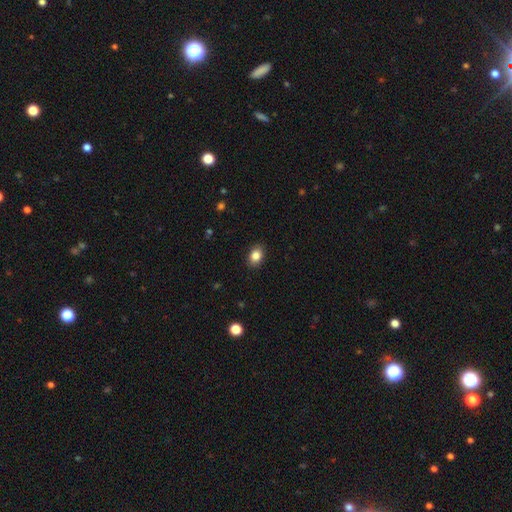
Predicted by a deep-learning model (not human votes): This appears to be a smooth galaxy with no disk features (85%) that is in between round and cigar-shaped (71%). Merging: none (89%).